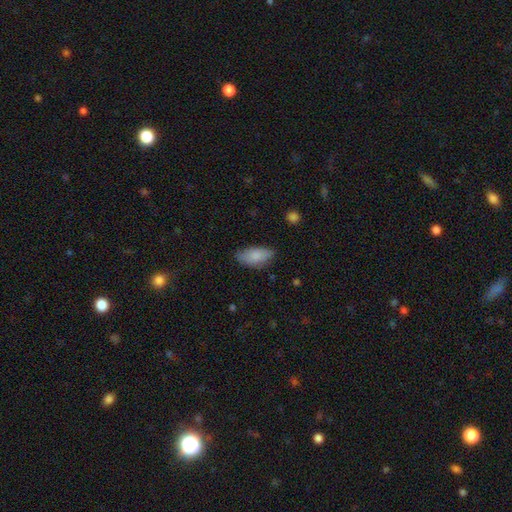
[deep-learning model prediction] smooth-or-featured: smooth: 82% | featured or disk: 11% | star or artifact: 6%
  how-rounded: in between: 92% | cigar-shaped: 6% | round: 3%
  merging: none: 70% | minor disturbance: 24% | major disturbance: 5% | merger: 1%